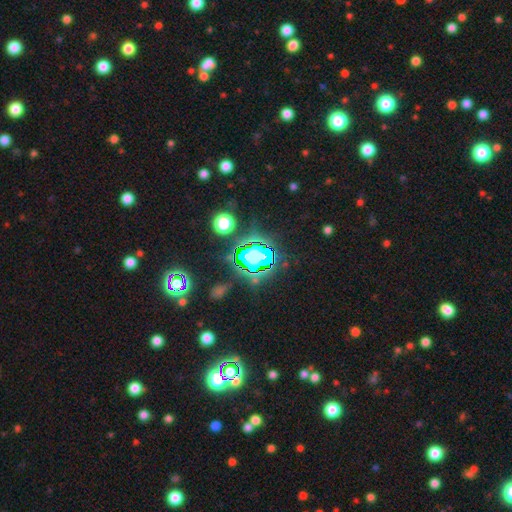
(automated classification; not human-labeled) Q: Smooth or featured?
A: star or artifact (77%); runner-up: smooth (14%)